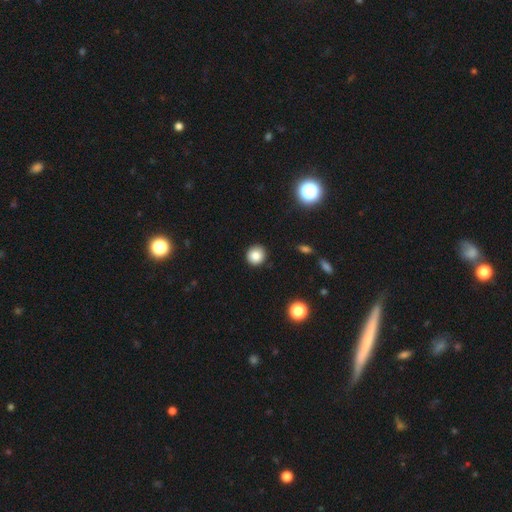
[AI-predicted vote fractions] Overall: smooth (85%). How rounded: round (91%). Merging: none (91%).